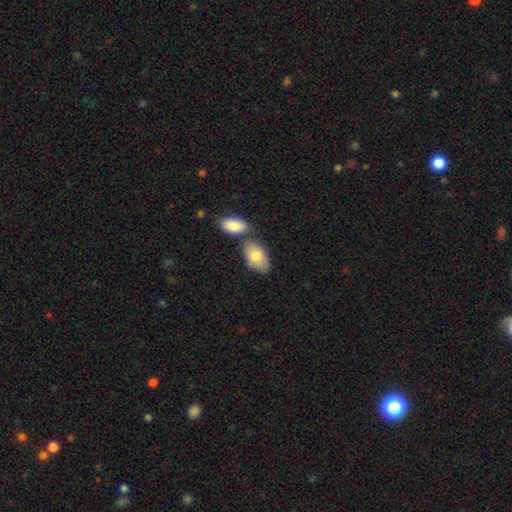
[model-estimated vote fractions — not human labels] A smooth galaxy with no disk features (79%) that is in between round and cigar-shaped (94%).

Vote fractions:
- Smooth or featured? smooth: 79% / featured or disk: 15% / star or artifact: 5%
- How rounded? in between: 94% / round: 4% / cigar-shaped: 2%
- Merging? none: 52% / merger: 29% / minor disturbance: 15% / major disturbance: 4%